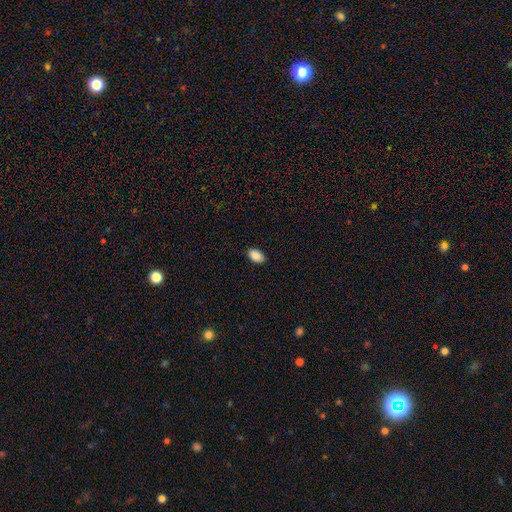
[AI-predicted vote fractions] The model was most divided on "merging": none: 88%, minor disturbance: 9%, major disturbance: 2%, merger: 1%. More confident: how rounded — in between (90%); smooth or featured — smooth (88%).